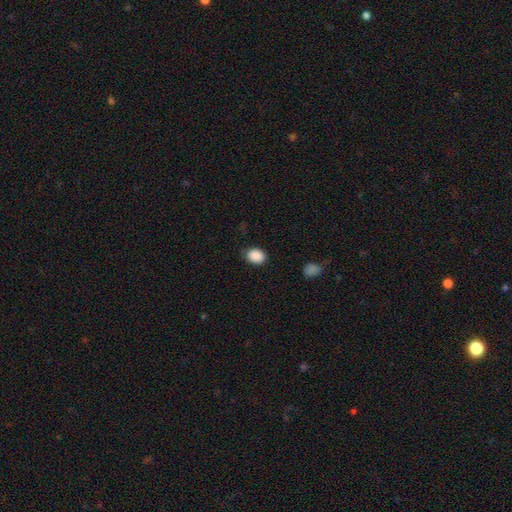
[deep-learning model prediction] Morphology: type=smooth (89%); roundness=in between (63%); merging=none (83%).